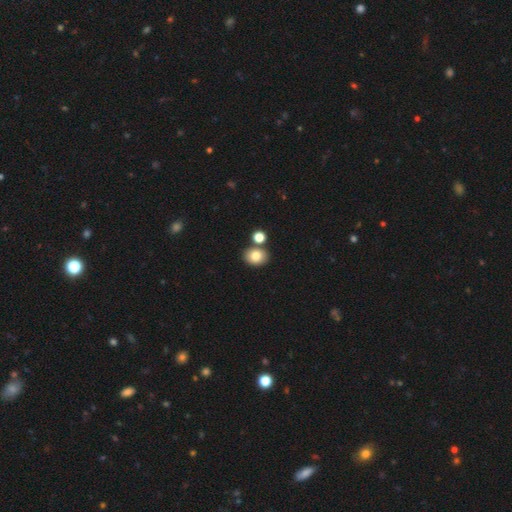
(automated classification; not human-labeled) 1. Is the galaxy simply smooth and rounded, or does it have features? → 81% smooth, 10% star or artifact, 9% featured or disk.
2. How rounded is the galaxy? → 51% in between, 49% round, 1% cigar-shaped.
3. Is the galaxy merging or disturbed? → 72% none, 17% merger, 9% minor disturbance, 2% major disturbance.